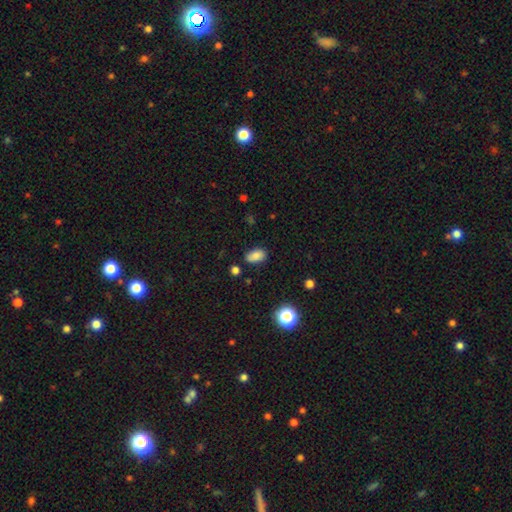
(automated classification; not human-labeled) Smooth or featured? Predicted: smooth (p=0.78). How rounded? Predicted: in between (p=0.90). Merging? Predicted: none (p=0.77).